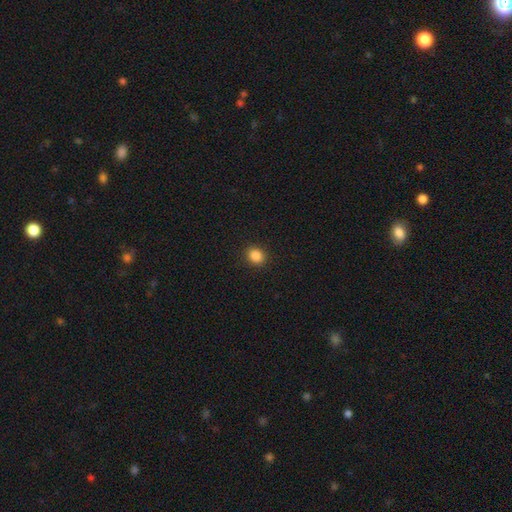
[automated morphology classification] Smooth or featured? Predicted: smooth (p=0.86). How rounded? Predicted: round (p=0.68). Merging? Predicted: none (p=0.91).